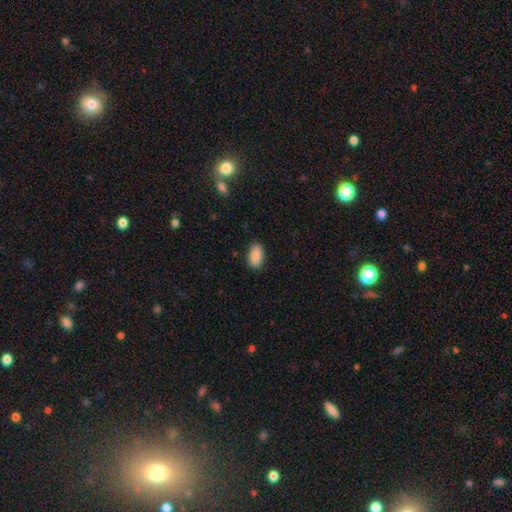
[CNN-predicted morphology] smooth-or-featured: smooth: 88% | star or artifact: 7% | featured or disk: 5%
  how-rounded: in between: 93% | round: 4% | cigar-shaped: 3%
  merging: none: 85% | minor disturbance: 11% | major disturbance: 3% | merger: 1%